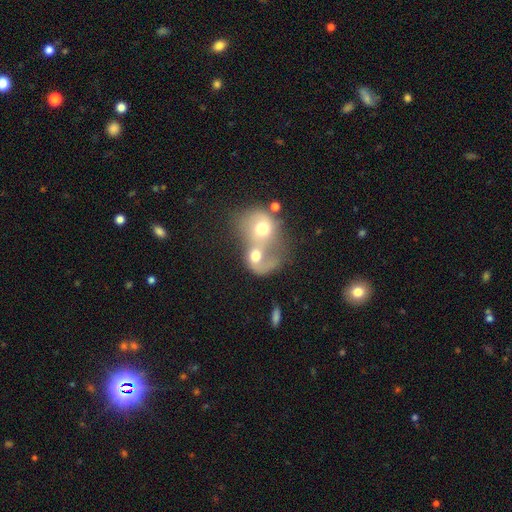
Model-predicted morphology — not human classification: smooth-or-featured: smooth: 54% | featured or disk: 37% | star or artifact: 9%
  how-rounded: round: 55% | in between: 44% | cigar-shaped: 1%
  merging: merger: 83% | major disturbance: 8% | none: 6% | minor disturbance: 3%